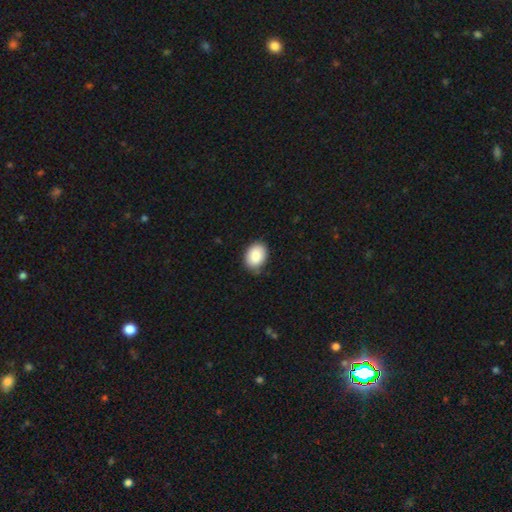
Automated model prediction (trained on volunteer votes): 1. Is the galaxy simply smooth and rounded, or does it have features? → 88% smooth, 7% star or artifact, 5% featured or disk.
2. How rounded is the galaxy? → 70% in between, 30% round, 1% cigar-shaped.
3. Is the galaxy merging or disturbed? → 81% none, 15% minor disturbance, 3% major disturbance, 1% merger.